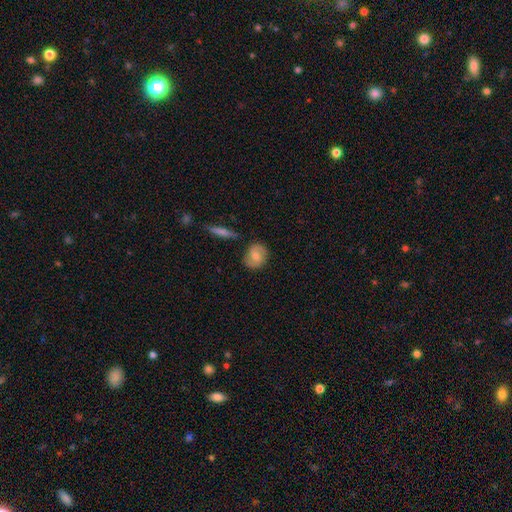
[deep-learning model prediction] smooth-or-featured: smooth: 56% | featured or disk: 37% | star or artifact: 7%
  how-rounded: round: 57% | in between: 40% | cigar-shaped: 3%
  merging: none: 79% | minor disturbance: 14% | merger: 4% | major disturbance: 3%